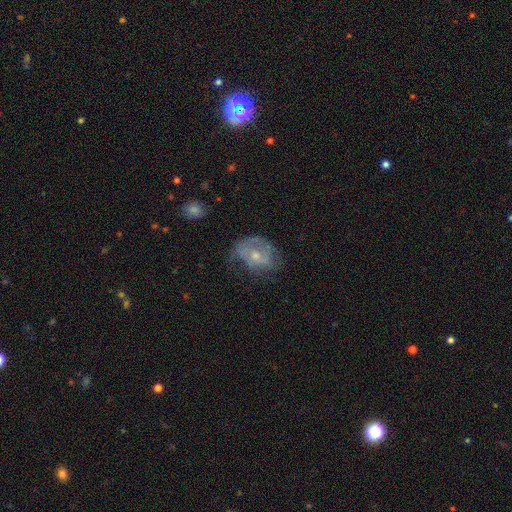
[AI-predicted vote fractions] Smooth or featured? Predicted: featured or disk (p=0.62). Edge-on disk? Predicted: no (p=0.97). Bar? Predicted: no (p=0.71). Spiral arms? Predicted: yes (p=0.68). Bulge size? Predicted: small (p=0.53). Merging? Predicted: none (p=0.41).